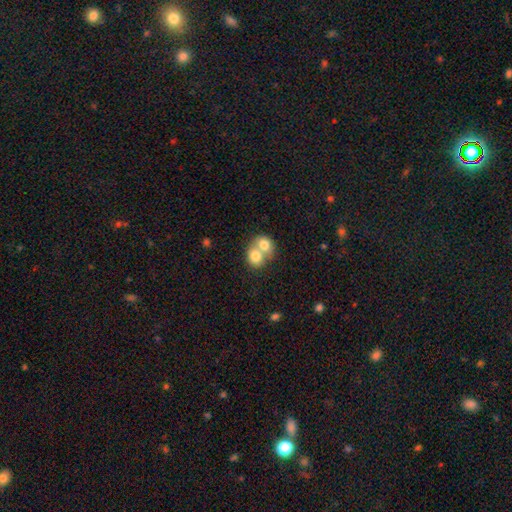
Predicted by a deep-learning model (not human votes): The model was most divided on "how rounded": round: 60%, in between: 39%, cigar-shaped: 1%. More confident: smooth or featured — smooth (74%); merging — merger (73%).